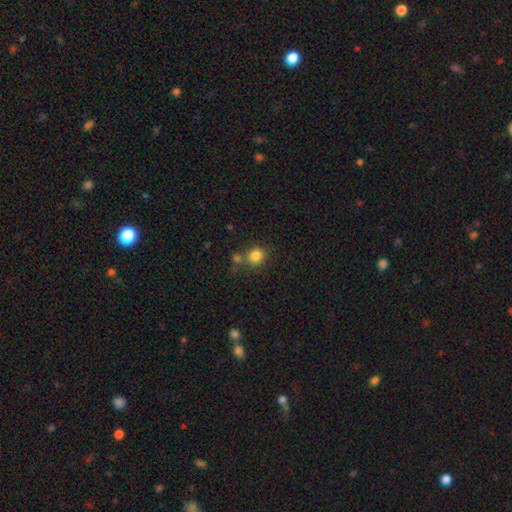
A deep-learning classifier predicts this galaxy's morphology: smooth_or_featured: smooth (p=0.83) [alt: star or artifact p=0.11]
how_rounded: round (p=0.83) [alt: in between p=0.16]
merging: none (p=0.65) [alt: merger p=0.19]